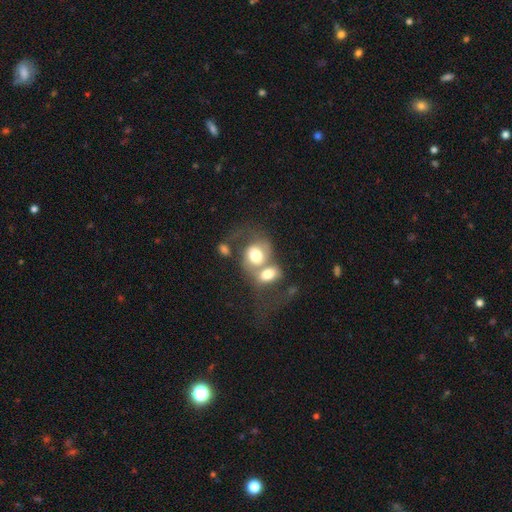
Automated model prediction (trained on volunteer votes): Overall: smooth (54%; featured or disk 38%). How rounded: in between (53%; round 46%). Merging: merger (70%).